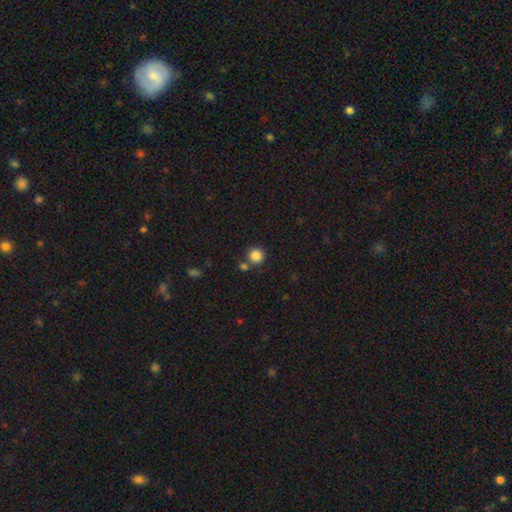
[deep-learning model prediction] Smooth or featured?
  - smooth: 85% *
  - star or artifact: 11%
  - featured or disk: 4%
How rounded?
  - round: 93% *
  - in between: 6%
  - cigar-shaped: 1%
Merging?
  - none: 75% *
  - merger: 14%
  - minor disturbance: 8%
  - major disturbance: 3%